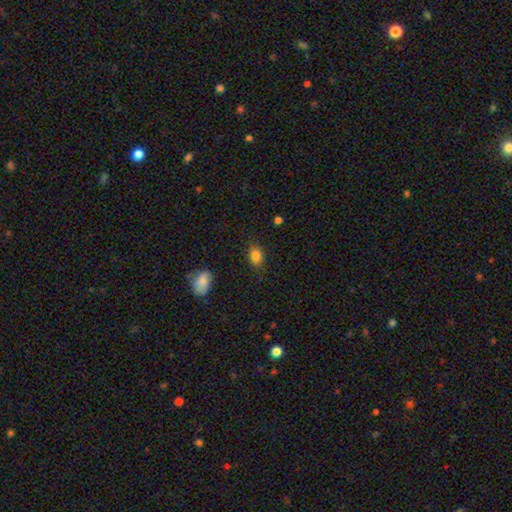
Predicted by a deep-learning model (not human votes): A smooth galaxy with no disk features (84%) that is in between round and cigar-shaped (75%). Merging: none (80%).